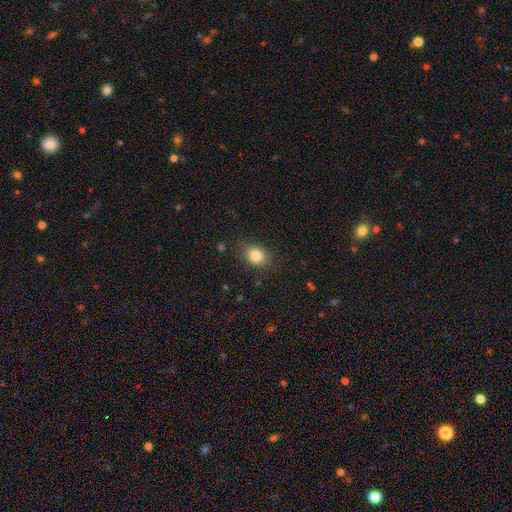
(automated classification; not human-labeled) smooth_or_featured: smooth (p=0.84) [alt: star or artifact p=0.10]
how_rounded: round (p=0.60) [alt: in between p=0.39]
merging: none (p=0.82) [alt: minor disturbance p=0.13]